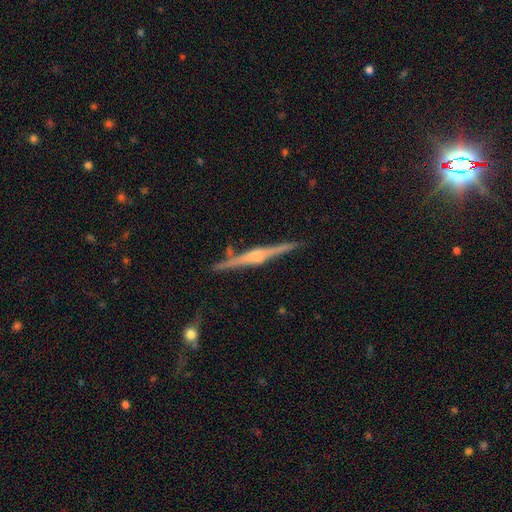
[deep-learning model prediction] The model was most divided on "edge-on bulge": rounded: 76%, boxy: 15%, none: 9%. More confident: edge-on disk — yes (98%); merging — none (88%); smooth or featured — featured or disk (86%).